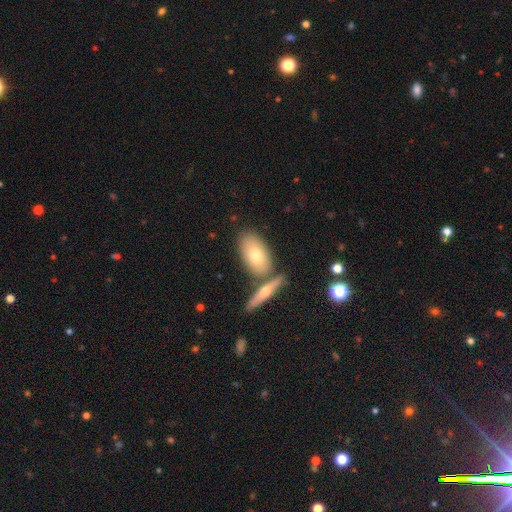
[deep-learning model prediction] Smooth or featured? smooth (66%)
How rounded? in between (88%)
Merging? none (63%)